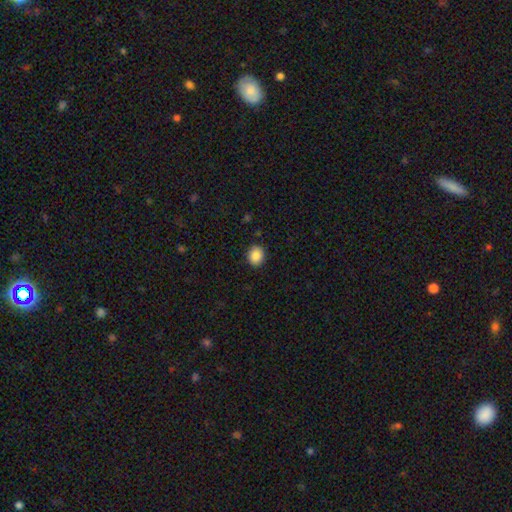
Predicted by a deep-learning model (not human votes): Overall: smooth (87%). How rounded: round (65%; in between 35%). Merging: none (89%).